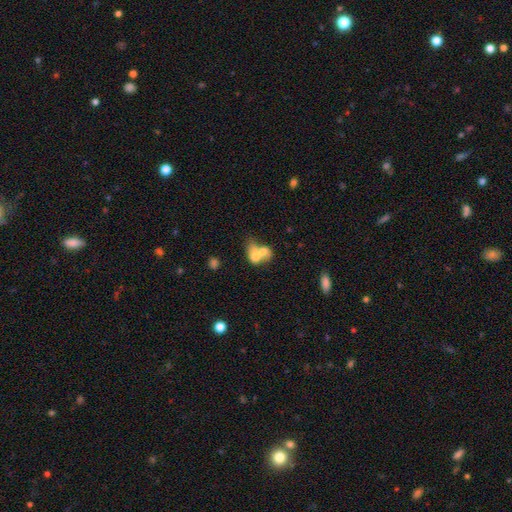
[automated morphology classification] Smooth or featured?
  - smooth: 64% *
  - featured or disk: 27%
  - star or artifact: 9%
How rounded?
  - in between: 58% *
  - round: 40%
  - cigar-shaped: 2%
Merging?
  - merger: 74% *
  - none: 14%
  - minor disturbance: 7%
  - major disturbance: 6%